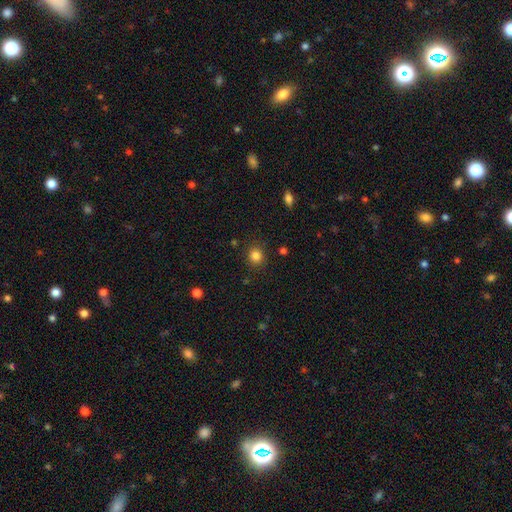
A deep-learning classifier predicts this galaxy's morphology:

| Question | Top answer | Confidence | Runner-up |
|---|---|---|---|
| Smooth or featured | smooth | 83% | star or artifact (12%) |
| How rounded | round | 88% | in between (11%) |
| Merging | none | 88% | minor disturbance (8%) |